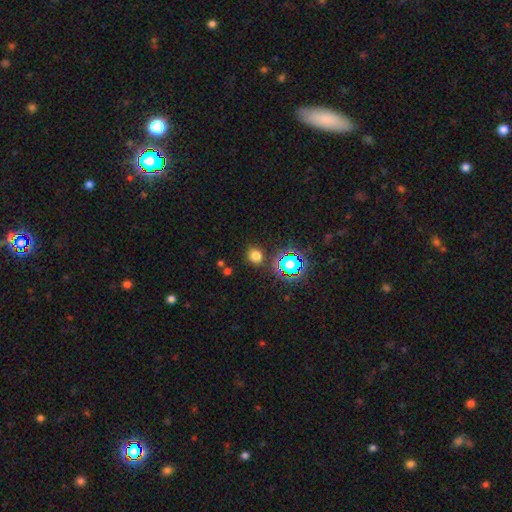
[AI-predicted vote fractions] Q: Smooth or featured?
A: smooth (69%); runner-up: star or artifact (25%)
Q: How rounded?
A: round (80%); runner-up: in between (19%)
Q: Merging?
A: none (84%); runner-up: minor disturbance (8%)